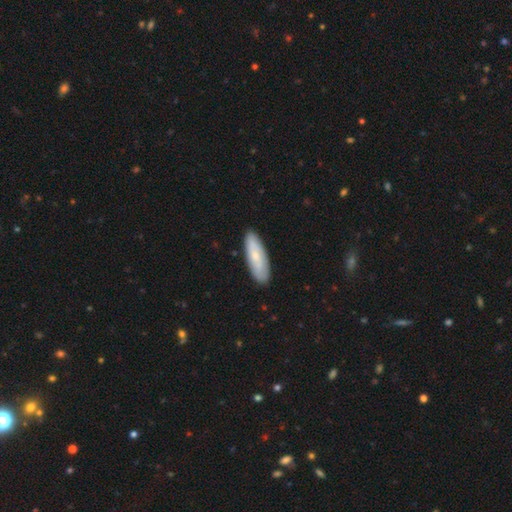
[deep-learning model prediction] Overall: smooth (67%; featured or disk 28%). How rounded: in between (50%; cigar-shaped 49%). Merging: none (87%).